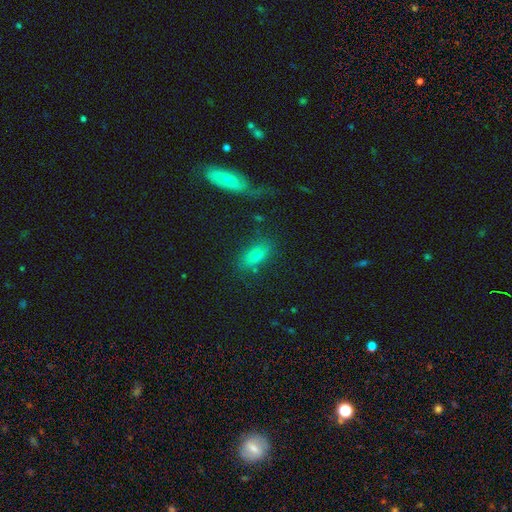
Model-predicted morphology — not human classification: Smooth or featured? Predicted: smooth (p=0.66). How rounded? Predicted: in between (p=0.76). Merging? Predicted: none (p=0.68).